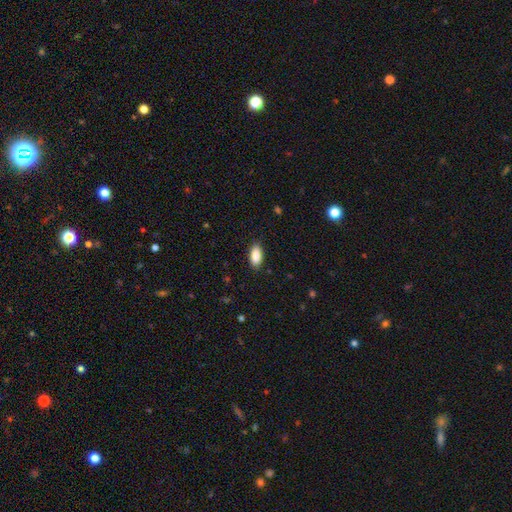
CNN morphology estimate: This is clearly a smooth galaxy (89%). How rounded: clearly in between (90%). Merging: clearly none (86%).